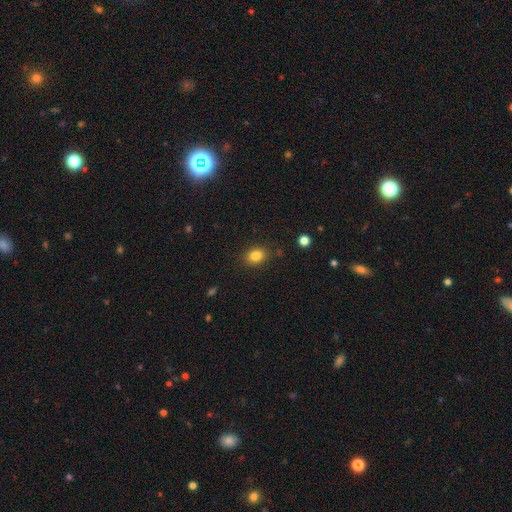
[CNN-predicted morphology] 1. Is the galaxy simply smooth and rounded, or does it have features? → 84% smooth, 11% star or artifact, 6% featured or disk.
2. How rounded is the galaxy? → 53% in between, 46% round, 1% cigar-shaped.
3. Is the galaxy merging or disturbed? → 86% none, 10% minor disturbance, 3% major disturbance, 2% merger.